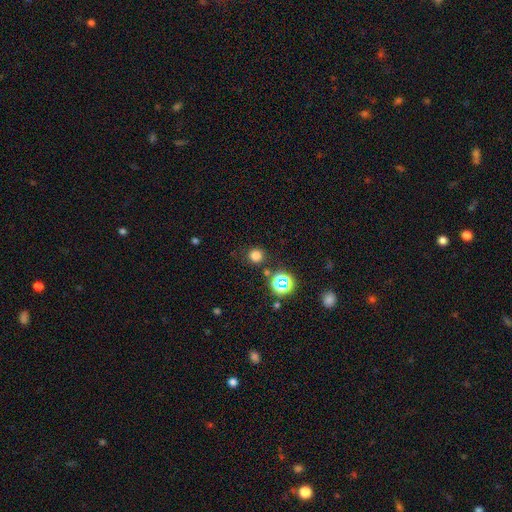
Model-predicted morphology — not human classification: smooth_or_featured: smooth (p=0.75) [alt: star or artifact p=0.20]
how_rounded: round (p=0.93) [alt: in between p=0.06]
merging: none (p=0.86) [alt: minor disturbance p=0.07]